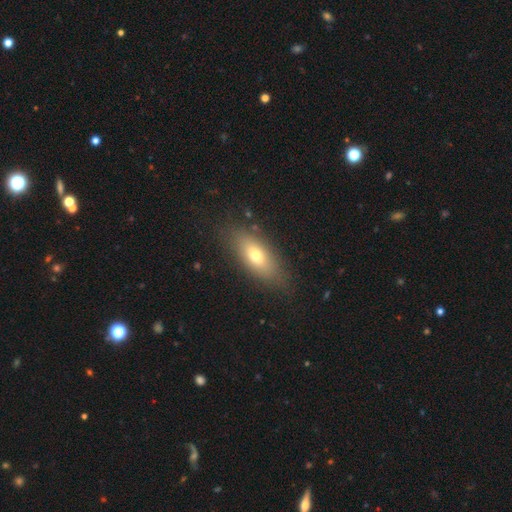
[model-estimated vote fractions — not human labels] smooth_or_featured: smooth (p=0.69) [alt: featured or disk p=0.22]
how_rounded: in between (p=0.76) [alt: cigar-shaped p=0.19]
merging: none (p=0.82) [alt: minor disturbance p=0.12]